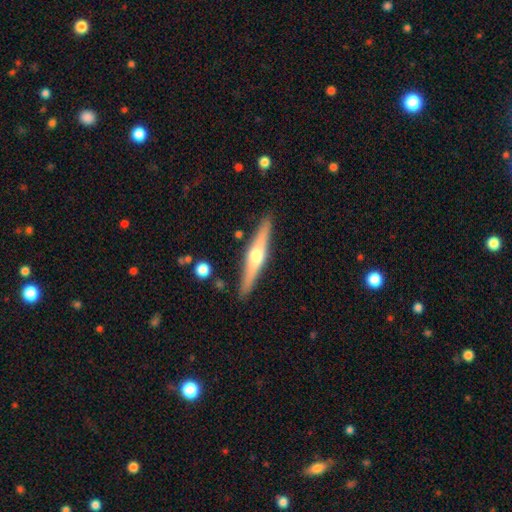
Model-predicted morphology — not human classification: Smooth or featured? featured or disk (67%)
Edge-on disk? yes (97%)
Edge-on bulge? rounded (92%)
Merging? none (88%)